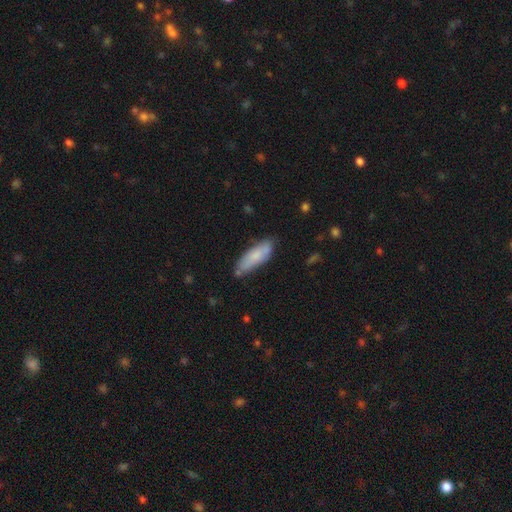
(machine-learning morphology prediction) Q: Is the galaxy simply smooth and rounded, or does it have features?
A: smooth — 74%.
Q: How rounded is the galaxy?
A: in between — 53%.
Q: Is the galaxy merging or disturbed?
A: none — 71%.